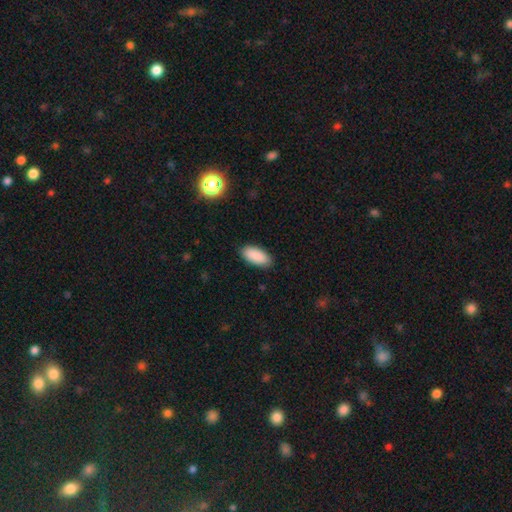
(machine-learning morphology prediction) This appears to be a smooth galaxy with no disk features (90%) that is in between round and cigar-shaped (90%). Merging: none (88%).